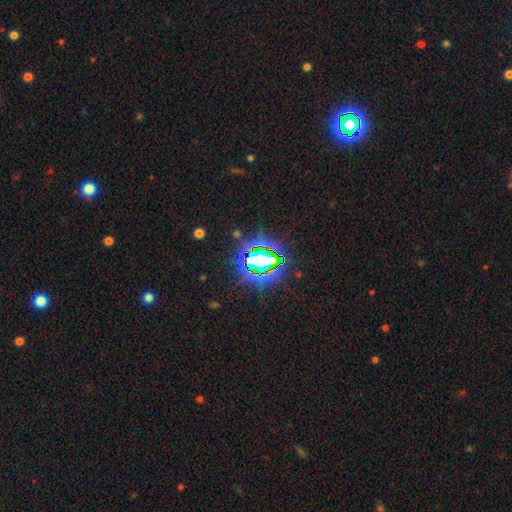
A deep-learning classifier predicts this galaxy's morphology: A star or artifact, not a galaxy (84%).